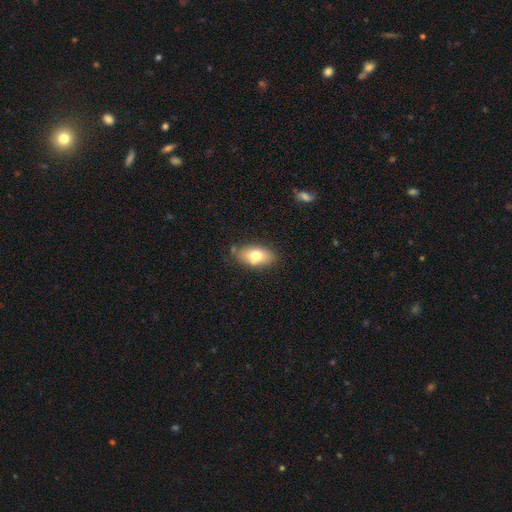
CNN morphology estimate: Q: Smooth or featured?
A: smooth (74%); runner-up: featured or disk (18%)
Q: How rounded?
A: in between (89%); runner-up: round (8%)
Q: Merging?
A: none (77%); runner-up: minor disturbance (16%)